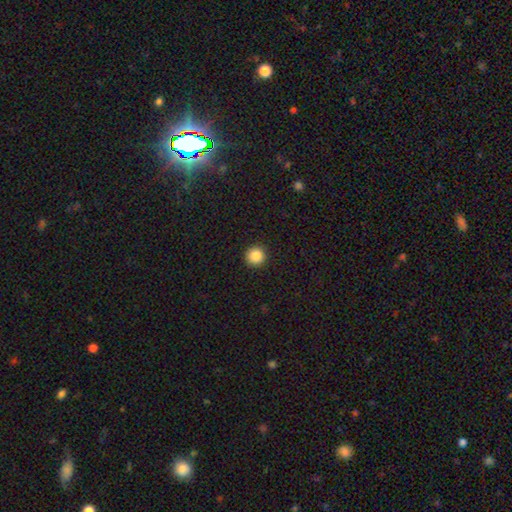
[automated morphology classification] This is clearly a smooth galaxy (87%). How rounded: clearly round (95%). Merging: clearly none (93%).